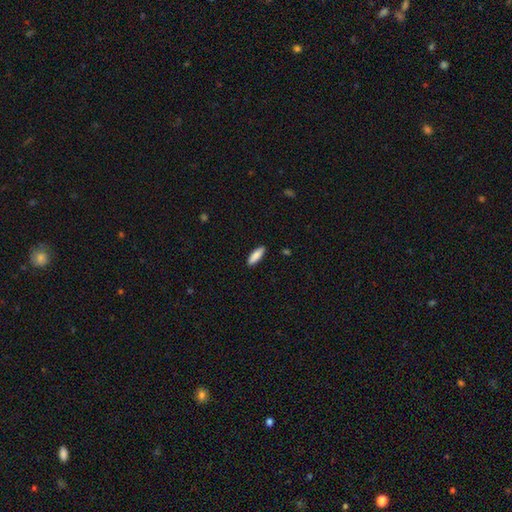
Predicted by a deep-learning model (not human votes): Smooth or featured: smooth — 87% (featured or disk — 7%)
How rounded: in between — 53% (cigar-shaped — 45%)
Merging: none — 89% (minor disturbance — 8%)